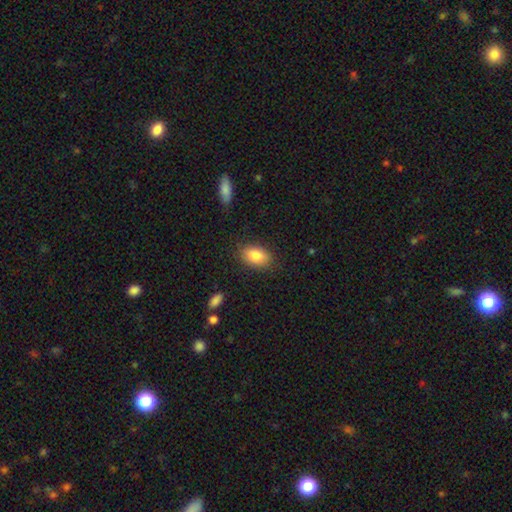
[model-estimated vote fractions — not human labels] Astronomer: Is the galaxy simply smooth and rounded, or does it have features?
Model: smooth — 83%.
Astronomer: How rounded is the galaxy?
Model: in between — 88%.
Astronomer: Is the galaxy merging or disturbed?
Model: none — 84%.